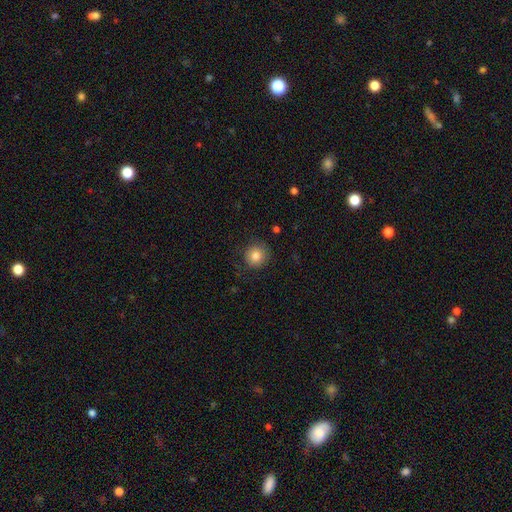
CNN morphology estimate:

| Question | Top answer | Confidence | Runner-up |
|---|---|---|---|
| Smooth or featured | smooth | 81% | featured or disk (10%) |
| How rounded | round | 91% | in between (8%) |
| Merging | none | 80% | minor disturbance (13%) |